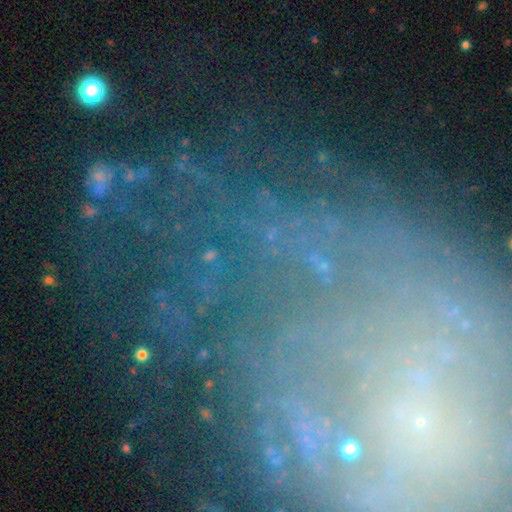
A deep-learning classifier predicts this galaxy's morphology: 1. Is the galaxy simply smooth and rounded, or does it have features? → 48% featured or disk, 37% star or artifact, 15% smooth.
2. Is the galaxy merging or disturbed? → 65% none, 15% minor disturbance, 15% major disturbance, 5% merger.